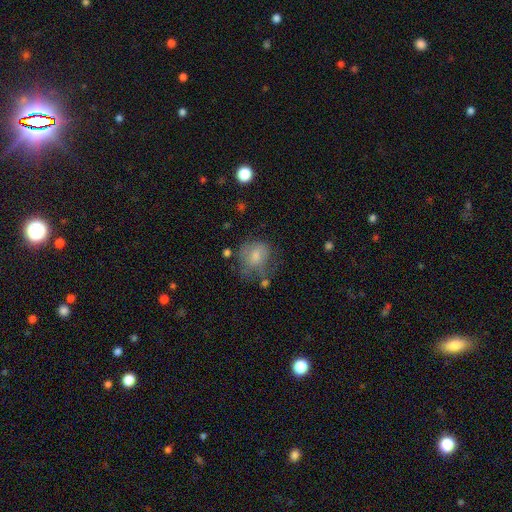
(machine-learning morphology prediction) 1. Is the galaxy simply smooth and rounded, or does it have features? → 53% smooth, 33% featured or disk, 14% star or artifact.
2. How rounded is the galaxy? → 69% round, 30% in between, 1% cigar-shaped.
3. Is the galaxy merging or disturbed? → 53% none, 25% minor disturbance, 17% major disturbance, 5% merger.